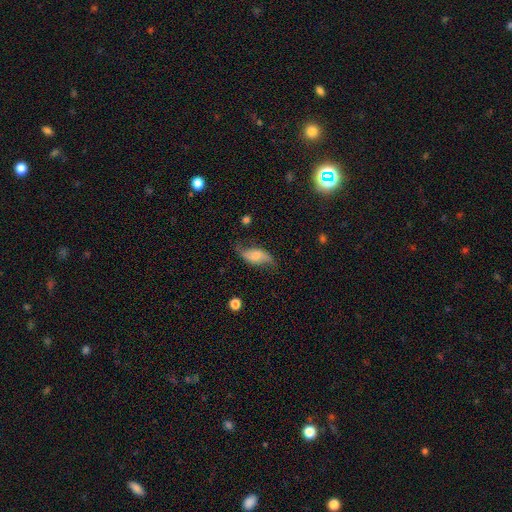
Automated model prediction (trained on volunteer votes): This appears to be a featured or disk galaxy (59%) with no bar (52%), spiral arms (90%) and a small central bulge (34%). Merging: none (62%).